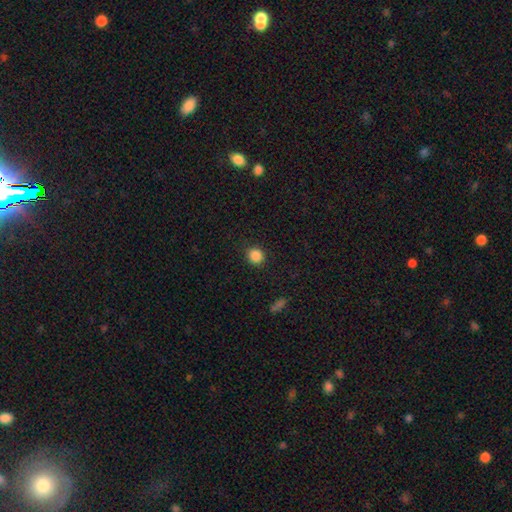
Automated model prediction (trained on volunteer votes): Smooth or featured?
  - smooth: 86% *
  - star or artifact: 11%
  - featured or disk: 3%
How rounded?
  - round: 89% *
  - in between: 10%
  - cigar-shaped: 1%
Merging?
  - none: 90% *
  - minor disturbance: 6%
  - major disturbance: 2%
  - merger: 1%